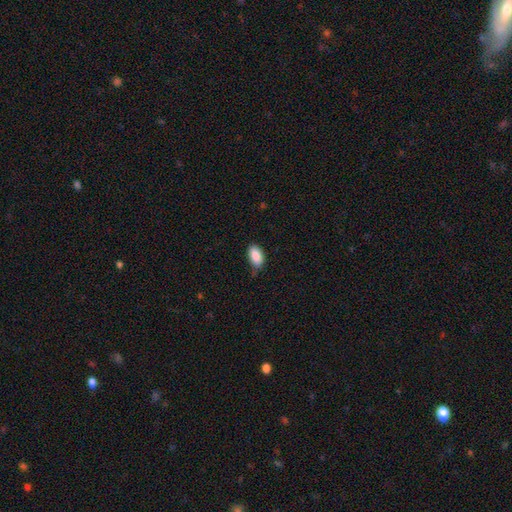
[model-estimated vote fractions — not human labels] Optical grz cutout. It shows a smooth galaxy with no disk features (87%) that is in between round and cigar-shaped (93%). Merging: none (70%).